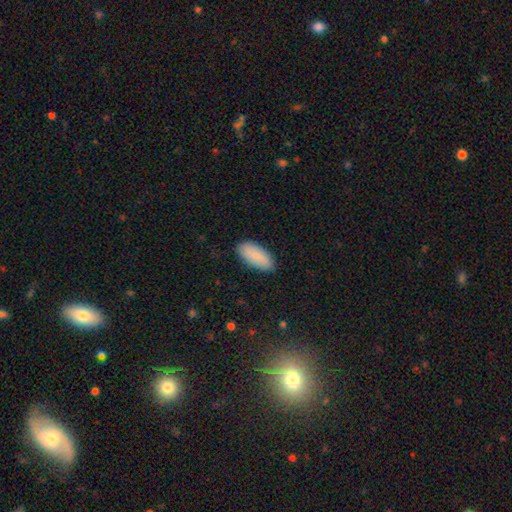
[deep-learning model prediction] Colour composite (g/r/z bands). It shows a smooth galaxy with no disk features (82%) that is in between round and cigar-shaped (90%). Merging: none (87%).